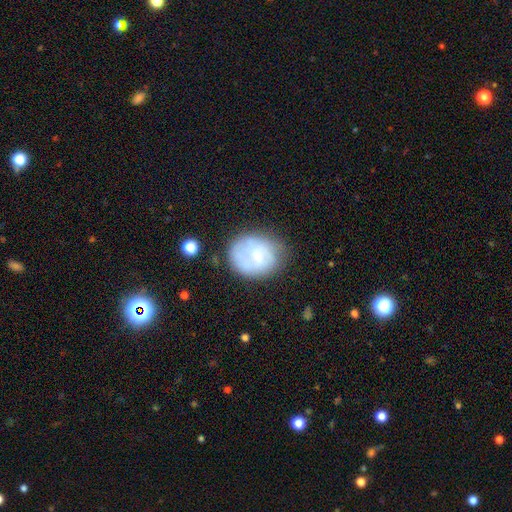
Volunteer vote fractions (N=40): This appears to be a smooth galaxy with no disk features (50%) that is round (65%). Merging: none (57%).